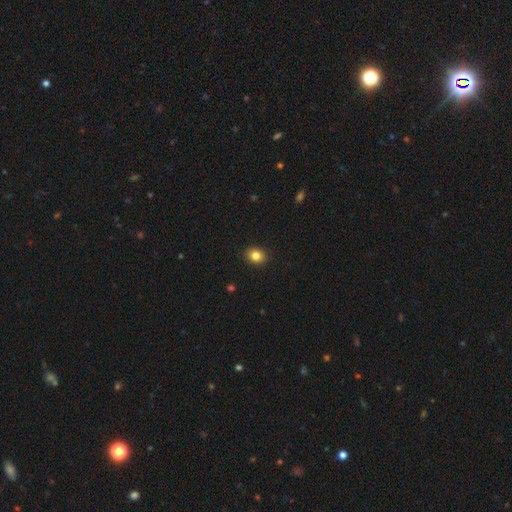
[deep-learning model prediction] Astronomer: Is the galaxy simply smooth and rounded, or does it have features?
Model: smooth — 84%.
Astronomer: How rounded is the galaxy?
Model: round — 59% (runner-up: in between, 40%).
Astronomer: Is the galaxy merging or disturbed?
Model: none — 91%.